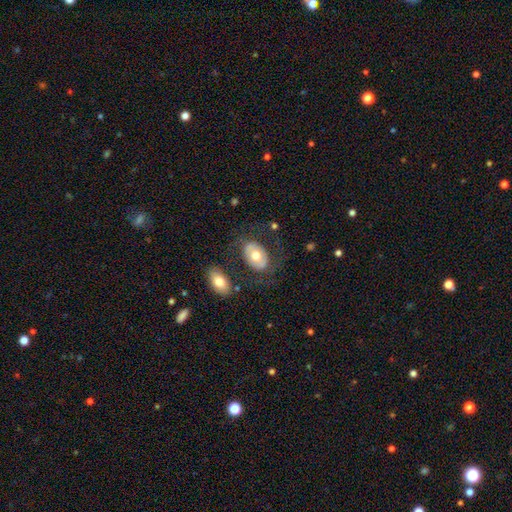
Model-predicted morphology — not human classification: smooth_or_featured: smooth (p=0.56) [alt: featured or disk p=0.38]
how_rounded: in between (p=0.82) [alt: round p=0.17]
merging: none (p=0.69) [alt: minor disturbance p=0.14]